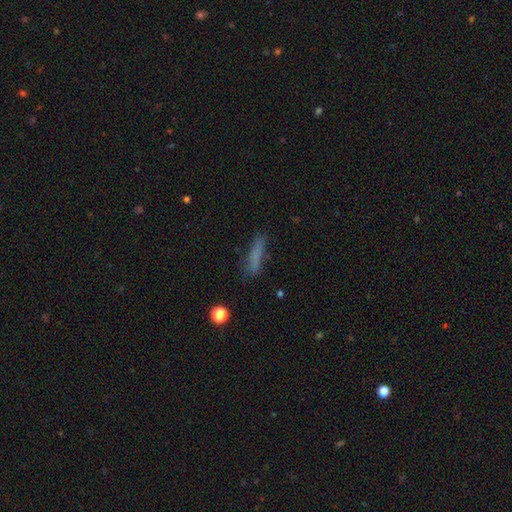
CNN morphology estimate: This is likely a smooth galaxy (73%). How rounded: clearly cigar-shaped (84%). Merging: likely none (75%).